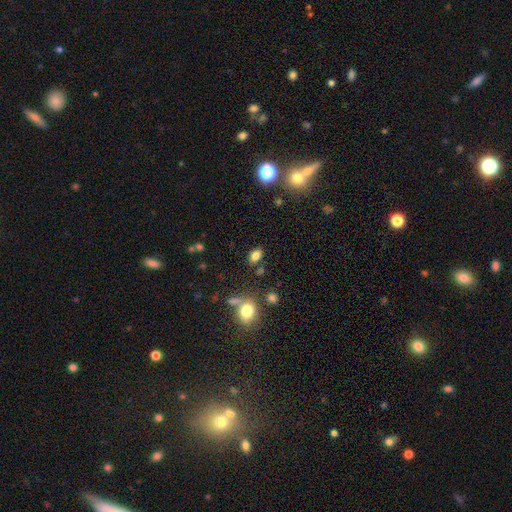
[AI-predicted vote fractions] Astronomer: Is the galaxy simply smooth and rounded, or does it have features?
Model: smooth — 79%.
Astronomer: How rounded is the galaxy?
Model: in between — 83%.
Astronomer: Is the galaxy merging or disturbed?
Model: none — 79%.